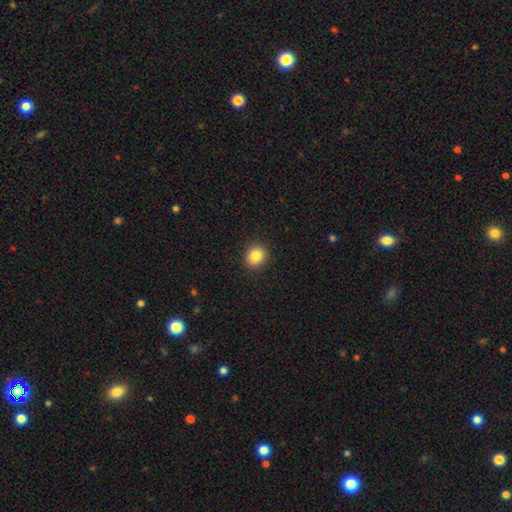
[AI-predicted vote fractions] Smooth or featured? Predicted: smooth (p=0.83). How rounded? Predicted: round (p=0.80). Merging? Predicted: none (p=0.85).